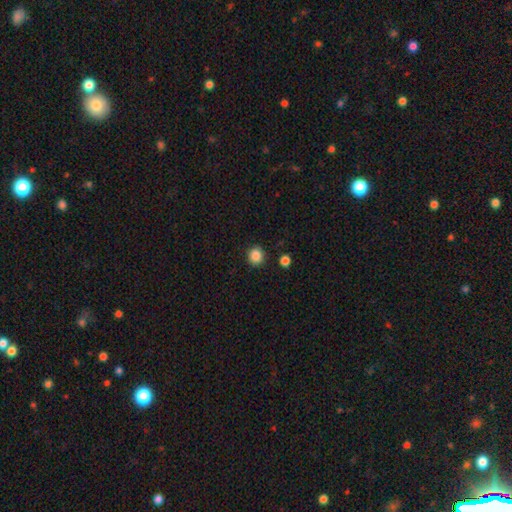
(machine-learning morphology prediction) type=smooth (87%); roundness=round (89%); merging=none (90%).